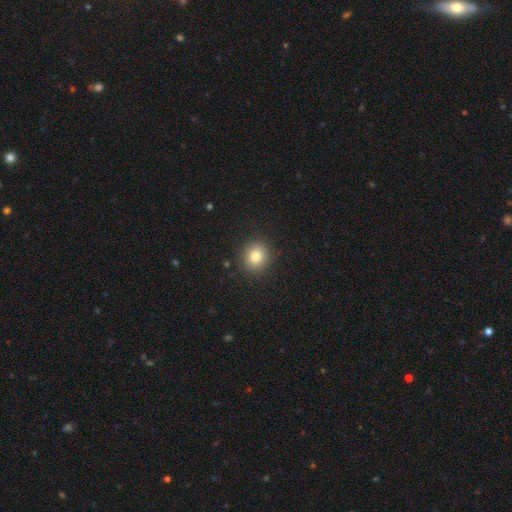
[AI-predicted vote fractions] This appears to be a smooth galaxy with no disk features (80%) that is round (85%). Merging: none (90%).